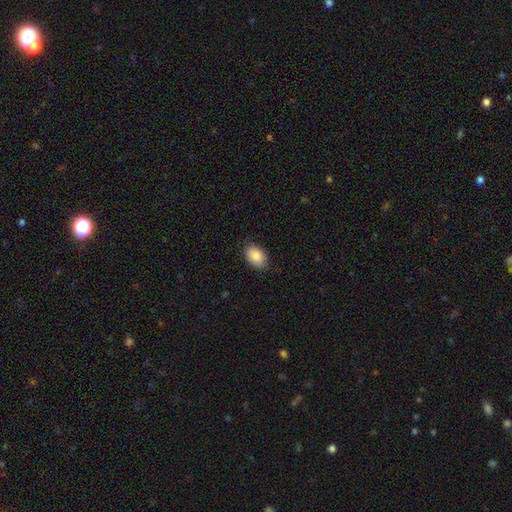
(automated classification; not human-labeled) smooth 88%, star or artifact 7%, featured or disk 5%. Down the decision tree: how rounded — in between (86%); merging — none (83%).